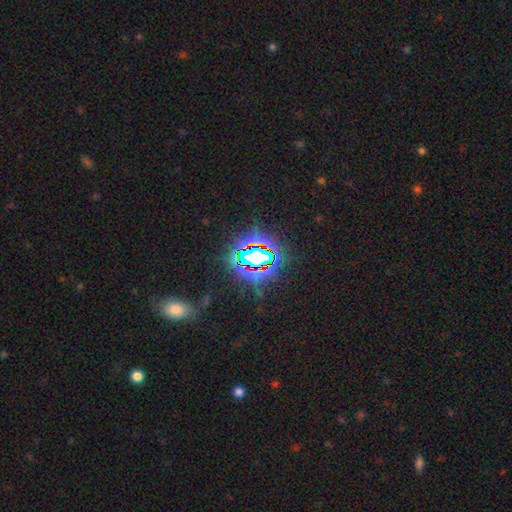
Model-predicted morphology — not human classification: Smooth or featured: star or artifact — 75% (smooth — 14%)